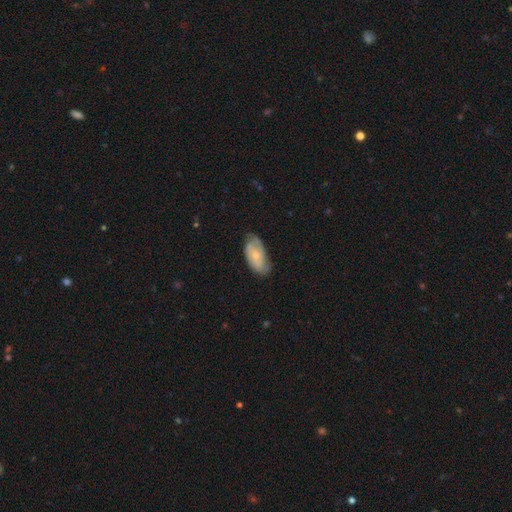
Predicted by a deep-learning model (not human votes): Smooth or featured? featured or disk (50%)
Merging? none (59%)